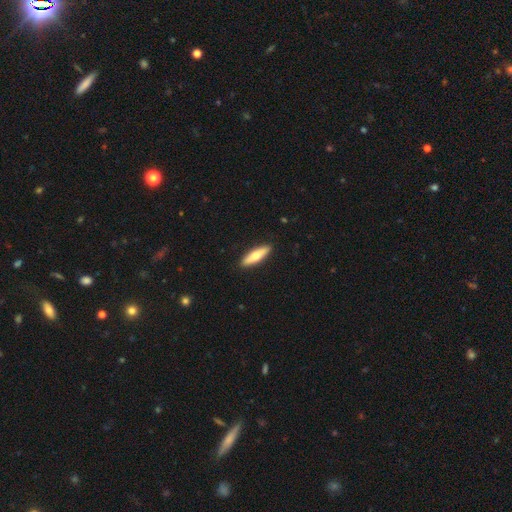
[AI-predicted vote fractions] Q: Smooth or featured?
A: smooth (59%); runner-up: featured or disk (36%)
Q: How rounded?
A: cigar-shaped (68%); runner-up: in between (30%)
Q: Merging?
A: none (91%); runner-up: minor disturbance (7%)